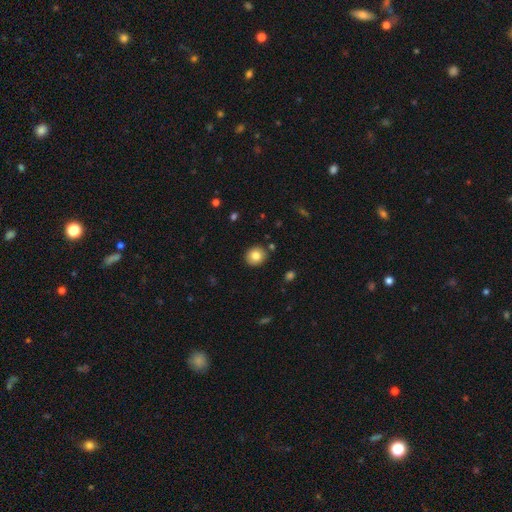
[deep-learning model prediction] This appears to be a smooth galaxy with no disk features (82%) that is round (86%). Merging: none (89%).